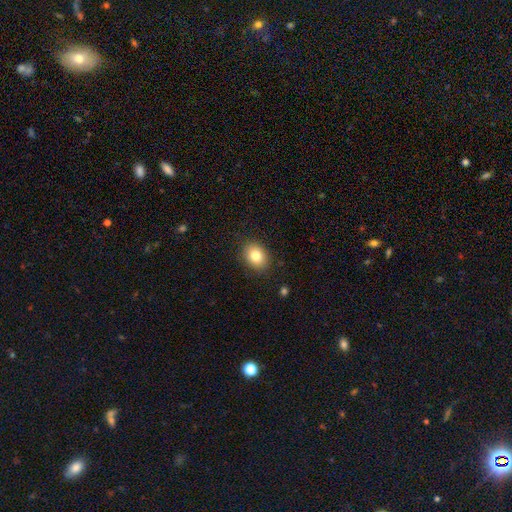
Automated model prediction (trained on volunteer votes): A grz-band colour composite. It shows a smooth galaxy with no disk features (81%) that is in between round and cigar-shaped (50%). Merging: none (87%).